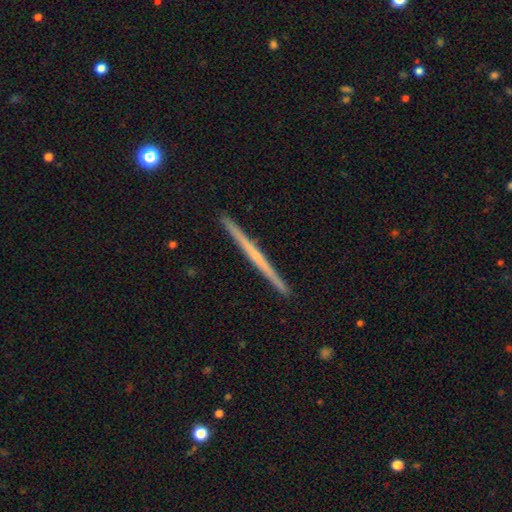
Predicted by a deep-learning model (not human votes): Smooth or featured? featured or disk (64%)
Edge-on disk? yes (98%)
Edge-on bulge? none (79%)
Merging? none (93%)